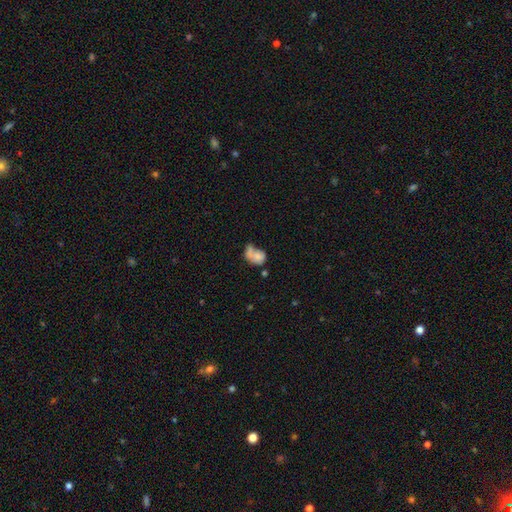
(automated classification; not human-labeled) smooth-or-featured: smooth: 66% | featured or disk: 24% | star or artifact: 10%
  how-rounded: in between: 65% | round: 34% | cigar-shaped: 2%
  merging: merger: 41% | none: 22% | major disturbance: 21% | minor disturbance: 16%